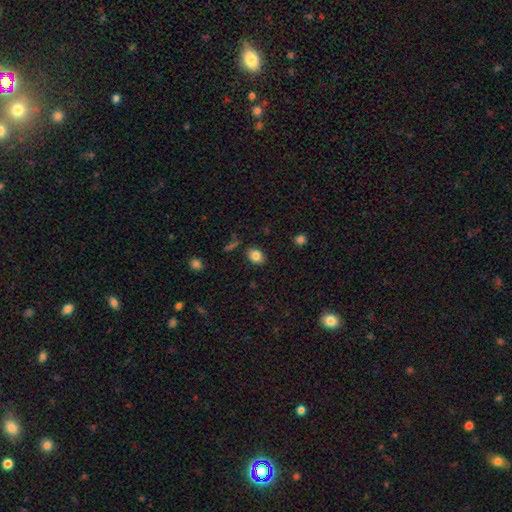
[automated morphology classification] type=smooth (84%); roundness=in between (69%); merging=none (84%).